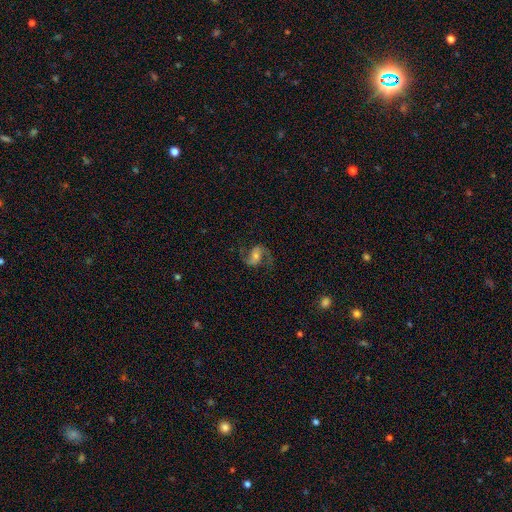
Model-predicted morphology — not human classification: Smooth or featured? Predicted: featured or disk (p=0.84). Edge-on disk? Predicted: no (p=0.98). Bar? Predicted: no (p=0.42). Spiral arms? Predicted: yes (p=0.96). Spiral winding? Predicted: medium (p=0.46). Spiral arm count? Predicted: 2 (p=0.93). Bulge size? Predicted: moderate (p=0.53). Merging? Predicted: none (p=0.76).